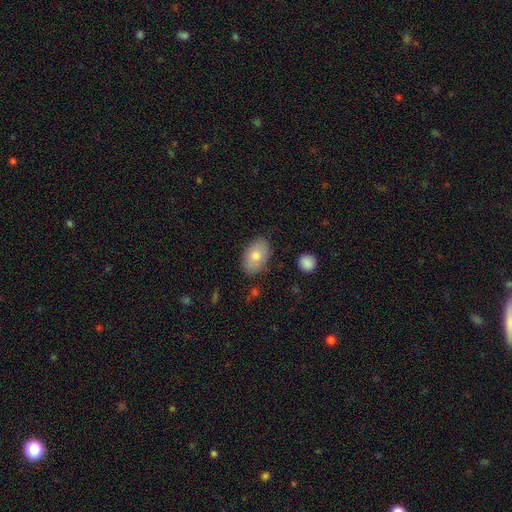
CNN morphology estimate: type=smooth (76%); roundness=in between (90%); merging=none (82%).